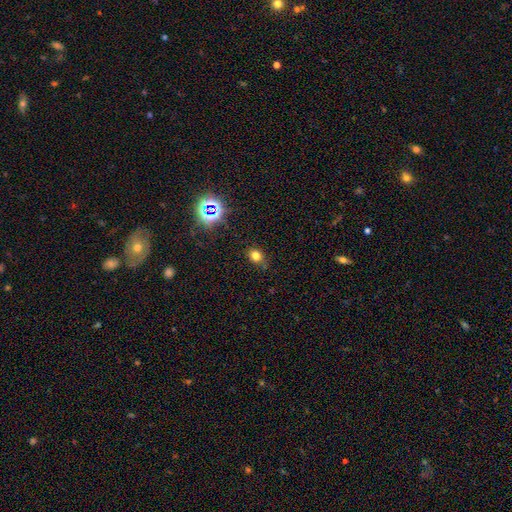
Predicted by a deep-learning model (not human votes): This is likely a smooth galaxy (73%). How rounded: likely round (62%). Merging: likely none (77%).